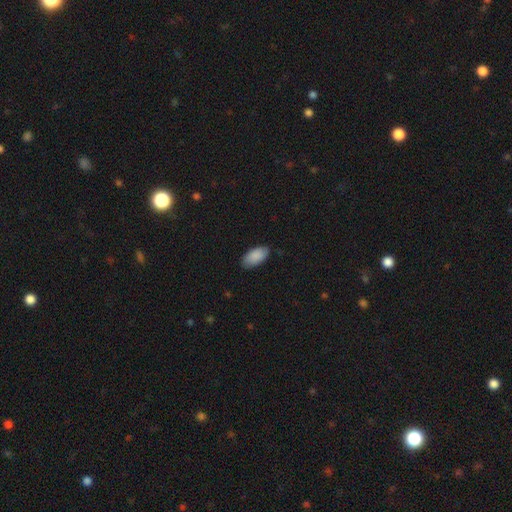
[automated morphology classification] smooth-or-featured: smooth: 89% | star or artifact: 6% | featured or disk: 5%
  how-rounded: in between: 93% | cigar-shaped: 5% | round: 2%
  merging: none: 82% | minor disturbance: 14% | major disturbance: 2% | merger: 1%